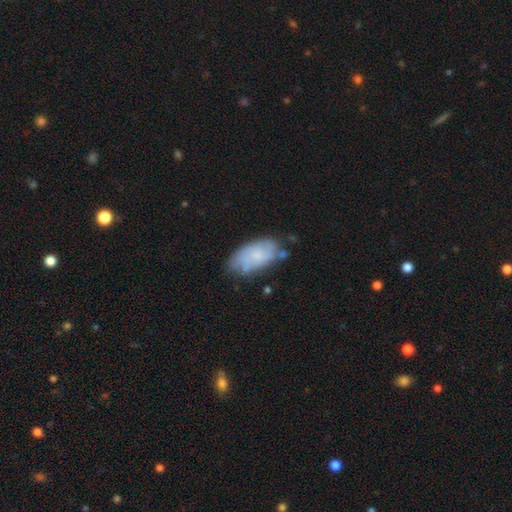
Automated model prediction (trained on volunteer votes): Smooth or featured? Predicted: smooth (p=0.53). How rounded? Predicted: in between (p=0.93). Merging? Predicted: none (p=0.59).